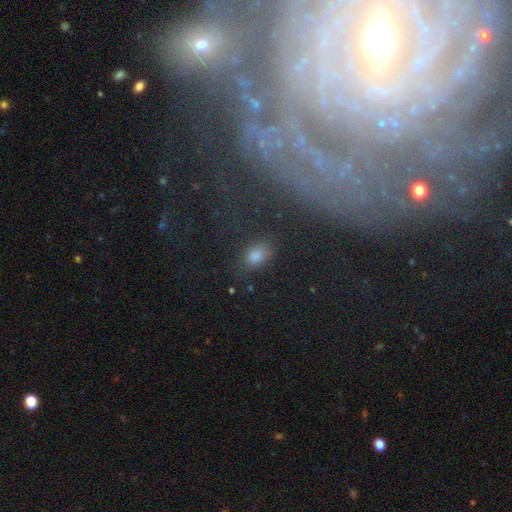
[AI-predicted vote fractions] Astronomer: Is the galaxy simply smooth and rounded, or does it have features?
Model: smooth — 75%.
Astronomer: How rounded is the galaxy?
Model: in between — 74%.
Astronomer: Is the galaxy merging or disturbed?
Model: none — 70%.